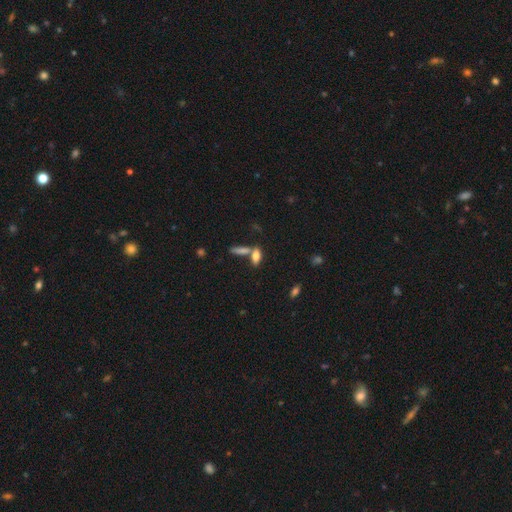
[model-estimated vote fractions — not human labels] A smooth galaxy with no disk features (73%) that is in between round and cigar-shaped (67%). Merging: none (49%).